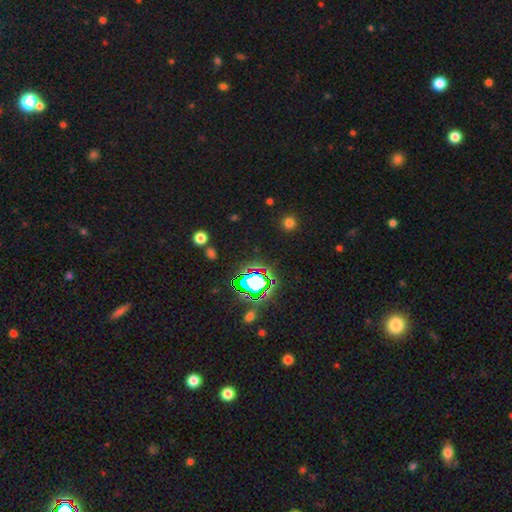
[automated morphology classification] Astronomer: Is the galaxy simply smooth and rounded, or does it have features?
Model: star or artifact — 76%.